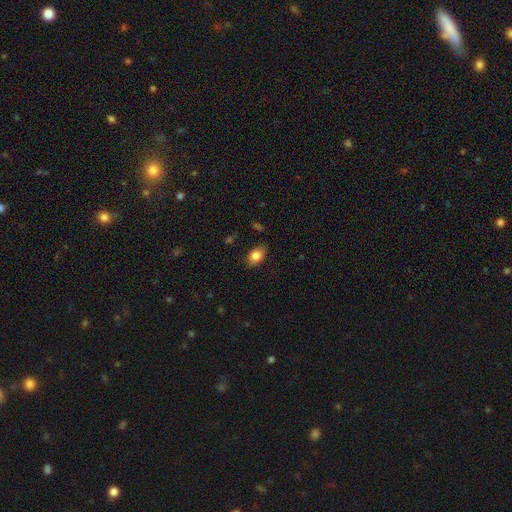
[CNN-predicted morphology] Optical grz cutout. It shows a smooth galaxy with no disk features (83%) that is in between round and cigar-shaped (87%). Merging: none (83%).